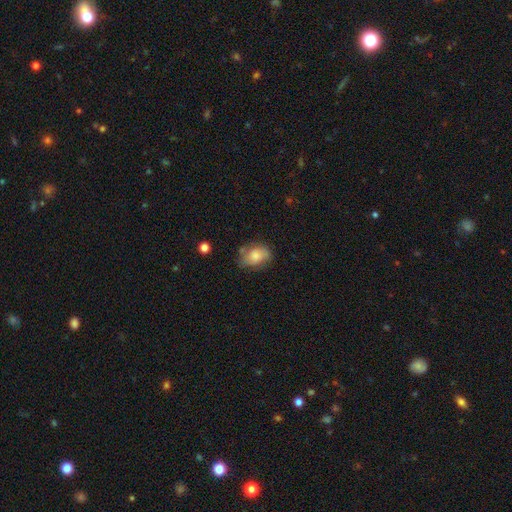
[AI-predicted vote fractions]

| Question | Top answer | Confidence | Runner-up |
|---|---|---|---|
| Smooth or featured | smooth | 76% | featured or disk (16%) |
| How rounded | in between | 78% | round (21%) |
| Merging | none | 59% | minor disturbance (27%) |